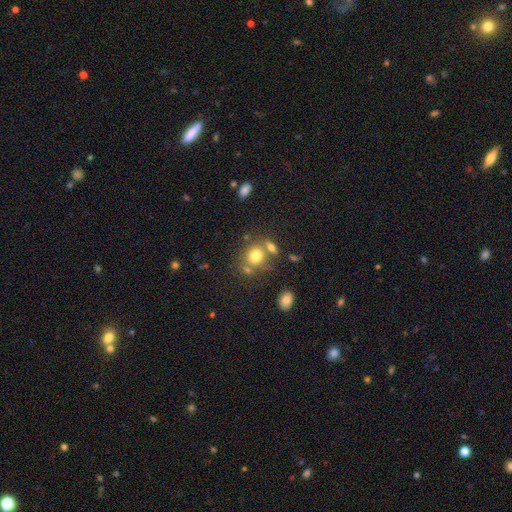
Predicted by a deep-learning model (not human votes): This appears to be a smooth galaxy with no disk features (74%) that is round (71%). Merging: none (57%).